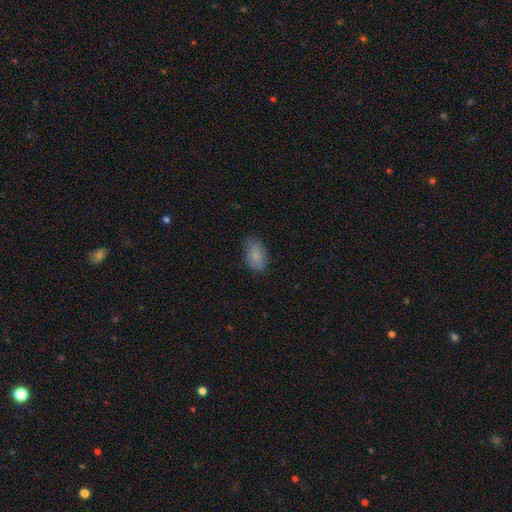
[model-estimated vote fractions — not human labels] Smooth or featured?
  - smooth: 84% *
  - featured or disk: 9%
  - star or artifact: 7%
How rounded?
  - in between: 92% *
  - round: 6%
  - cigar-shaped: 2%
Merging?
  - none: 76% *
  - minor disturbance: 19%
  - major disturbance: 4%
  - merger: 1%